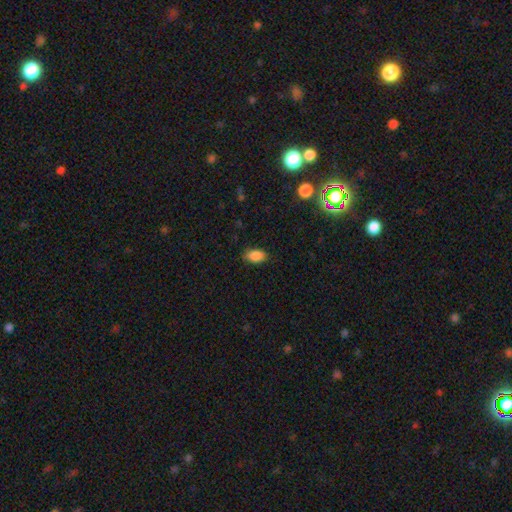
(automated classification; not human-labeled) Morphology: type=smooth (87%); roundness=in between (90%); merging=none (84%).